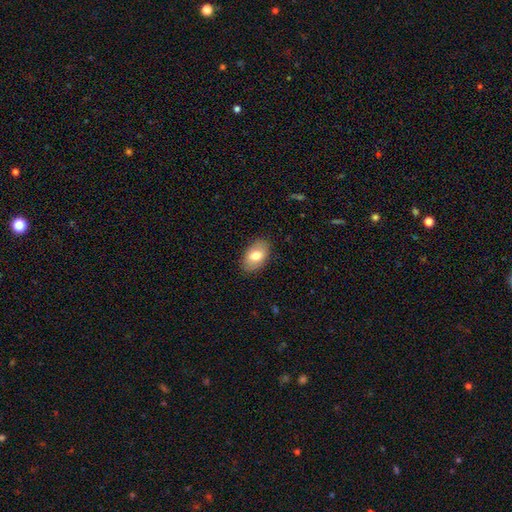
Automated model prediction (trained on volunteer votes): This appears to be a smooth galaxy with no disk features (75%) that is in between round and cigar-shaped (91%). Merging: none (86%).